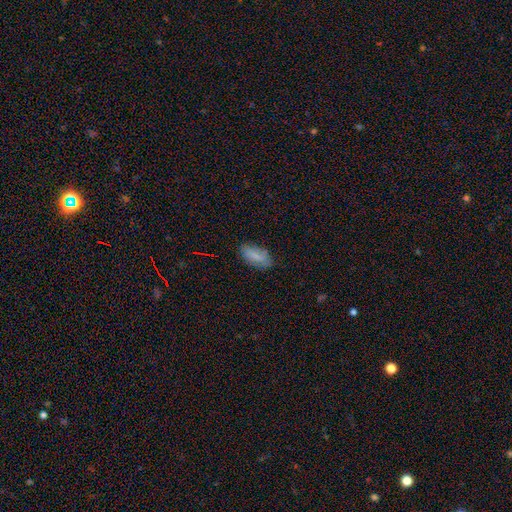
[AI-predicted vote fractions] Q: Smooth or featured?
A: smooth (78%); runner-up: featured or disk (13%)
Q: How rounded?
A: in between (89%); runner-up: cigar-shaped (9%)
Q: Merging?
A: none (74%); runner-up: minor disturbance (20%)